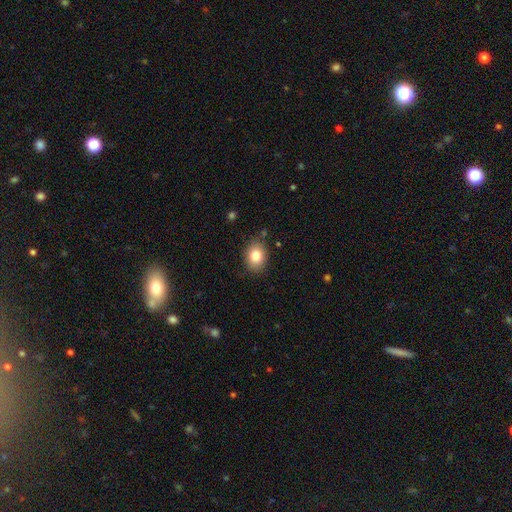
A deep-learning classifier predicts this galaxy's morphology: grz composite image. It shows a smooth galaxy with no disk features (83%) that is in between round and cigar-shaped (59%). Merging: none (84%).